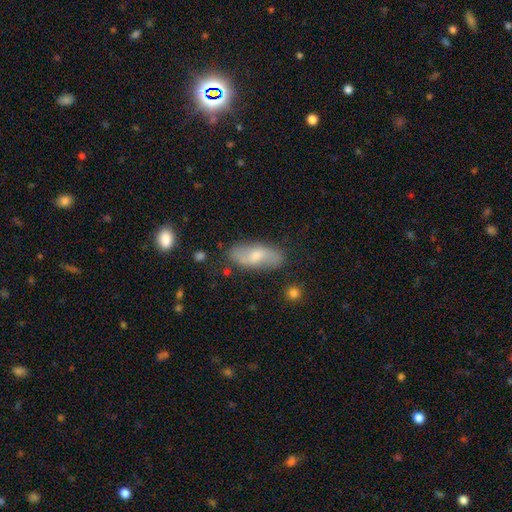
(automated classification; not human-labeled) Q: Smooth or featured?
A: smooth (48%); runner-up: featured or disk (45%)
Q: Merging?
A: none (79%); runner-up: minor disturbance (15%)